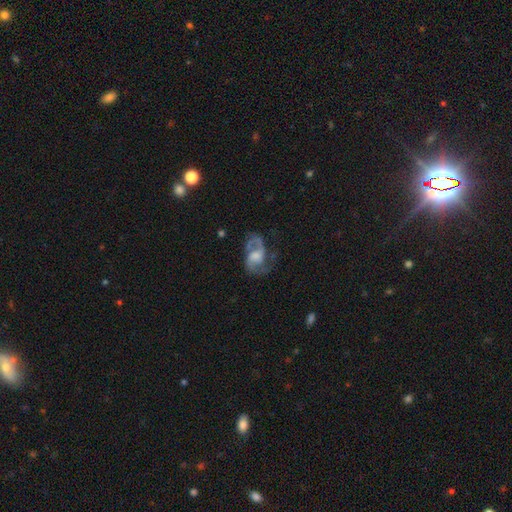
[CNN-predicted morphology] smooth-or-featured: featured or disk: 79% | smooth: 14% | star or artifact: 6%
  disk-edge-on: no: 97% | yes: 3%
    bar: no: 47% | weak: 43% | strong: 10%
    has-spiral-arms: yes: 92% | no: 8%
      spiral-winding: medium: 51% | loose: 34% | tight: 15%
      spiral-arm-count: 2: 80% | can't tell: 7% | 1: 5% | 3: 5% | 4: 1% | more than 4: 1%
    bulge-size: moderate: 37% | small: 28% | none: 18% | large: 15% | dominant: 2%
  merging: none: 55% | major disturbance: 21% | minor disturbance: 21% | merger: 3%